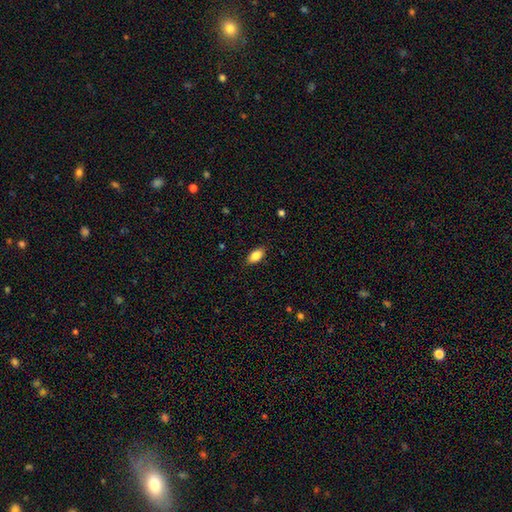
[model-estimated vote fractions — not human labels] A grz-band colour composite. It shows a smooth galaxy with no disk features (85%) that is in between round and cigar-shaped (90%). Merging: none (86%).